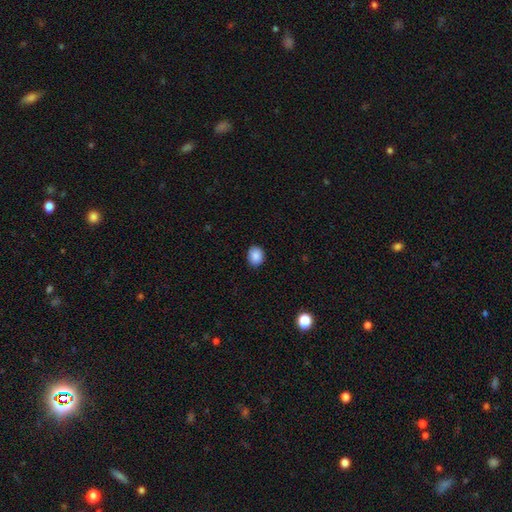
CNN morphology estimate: This is clearly a smooth galaxy (88%). How rounded: likely round (64%). Merging: clearly none (89%).